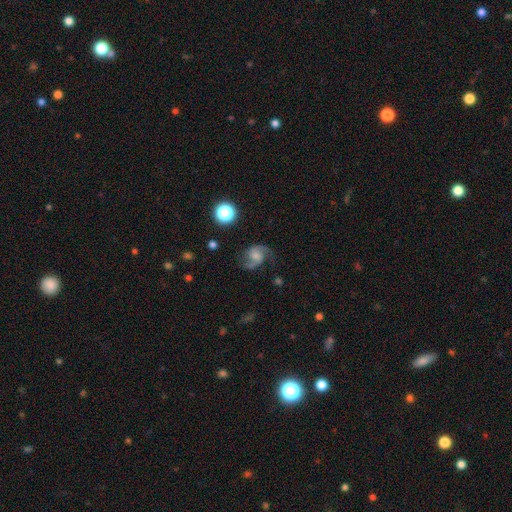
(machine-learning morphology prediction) A featured or disk galaxy (81%) with no bar (51%), 2 (92%) medium (52%) spiral arms (97%) and no central bulge (30%).

Vote fractions:
- Smooth or featured? featured or disk: 81% / smooth: 10% / star or artifact: 9%
- Edge-on disk? no: 98% / yes: 2%
- Bar? no: 51% / weak: 41% / strong: 8%
- Spiral arms? yes: 97% / no: 3%
- Spiral winding? medium: 52% / loose: 37% / tight: 11%
- Spiral arm count? 2: 92% / 1: 3% / can't tell: 3% / 3: 1% / 4: 1% / more than 4: 1%
- Bulge size? none: 30% / small: 29% / moderate: 29% / large: 11% / dominant: 2%
- Merging? none: 71% / minor disturbance: 17% / major disturbance: 10% / merger: 2%